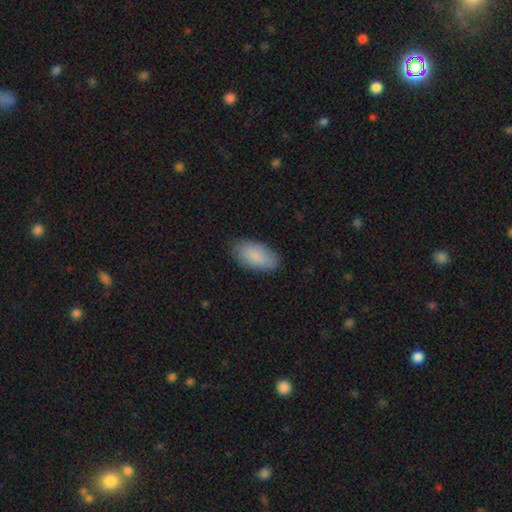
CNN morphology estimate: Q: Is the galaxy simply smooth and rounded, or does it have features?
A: smooth — 87%.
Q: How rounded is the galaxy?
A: in between — 94%.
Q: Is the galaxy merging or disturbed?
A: none — 84%.